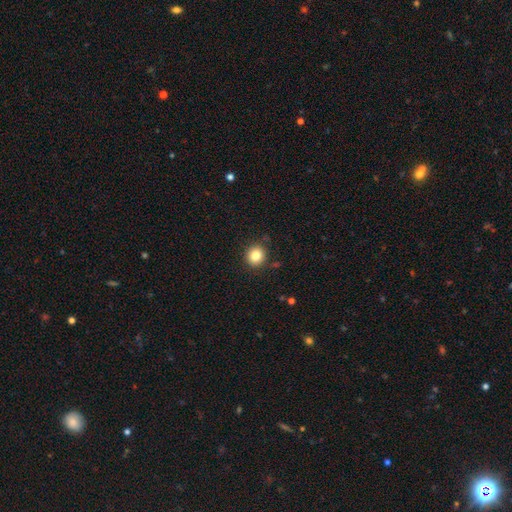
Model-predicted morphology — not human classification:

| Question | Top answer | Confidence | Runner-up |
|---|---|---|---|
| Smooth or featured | smooth | 83% | star or artifact (11%) |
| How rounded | round | 88% | in between (12%) |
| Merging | none | 87% | minor disturbance (8%) |